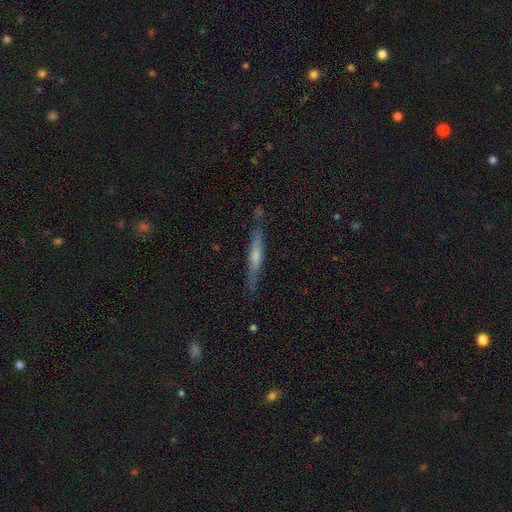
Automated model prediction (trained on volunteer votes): smooth_or_featured: featured or disk (p=0.47) [tied with: smooth p=0.47]
merging: none (p=0.80) [alt: minor disturbance p=0.14]